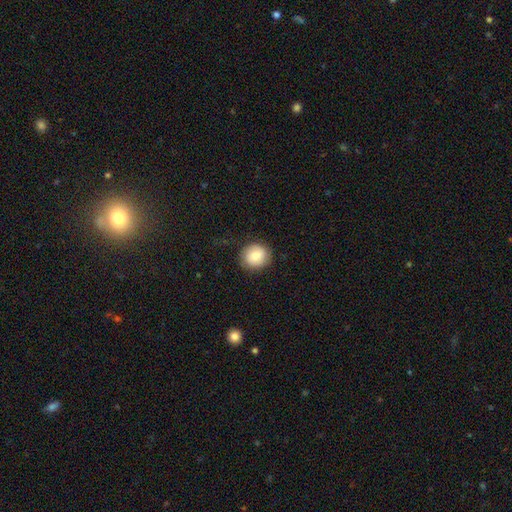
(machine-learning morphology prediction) A smooth galaxy with no disk features (79%) that is round (83%). Merging: none (85%).